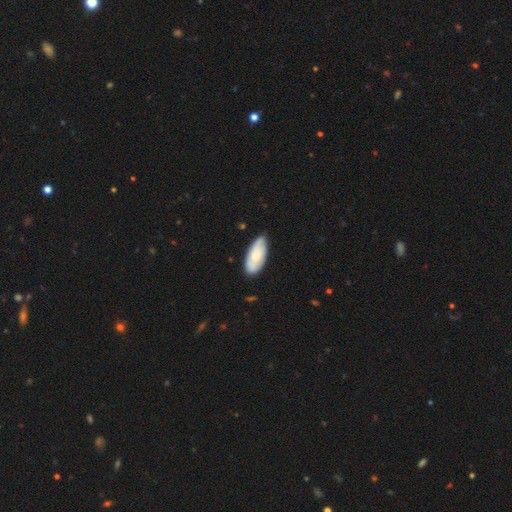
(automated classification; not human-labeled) Smooth or featured?
  - smooth: 68% *
  - featured or disk: 26%
  - star or artifact: 6%
How rounded?
  - in between: 88% *
  - cigar-shaped: 10%
  - round: 2%
Merging?
  - none: 74% *
  - minor disturbance: 21%
  - major disturbance: 3%
  - merger: 2%